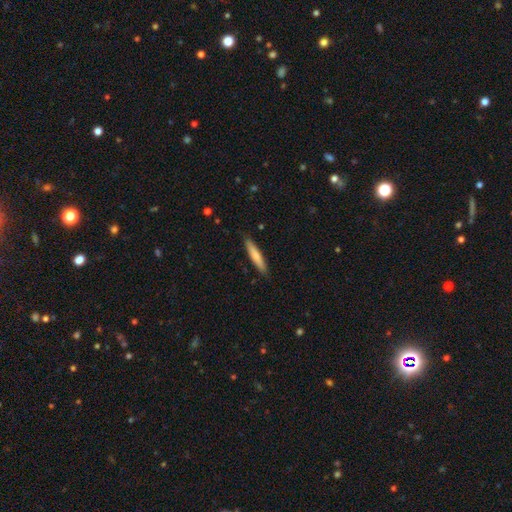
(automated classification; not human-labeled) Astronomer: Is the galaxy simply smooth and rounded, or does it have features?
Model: smooth — 71%.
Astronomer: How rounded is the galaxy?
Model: cigar-shaped — 90%.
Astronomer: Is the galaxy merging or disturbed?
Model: none — 89%.